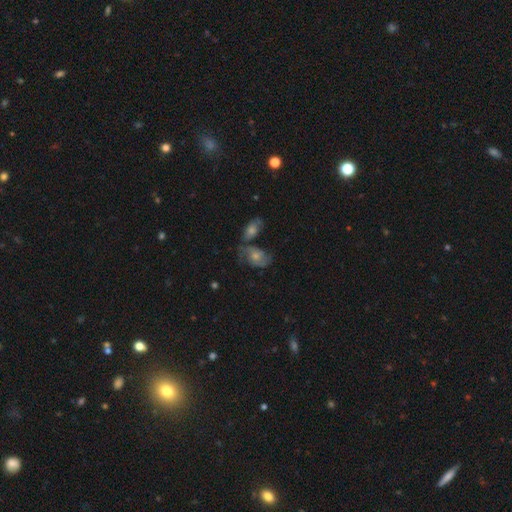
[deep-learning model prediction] This is likely a featured or disk galaxy (61%). It is clearly not viewed edge-on (96%). Bar: likely no (69%). Spiral arm pattern: clearly yes (85%). Central bulge: possibly moderate (52%). Merging: possibly none (51%).